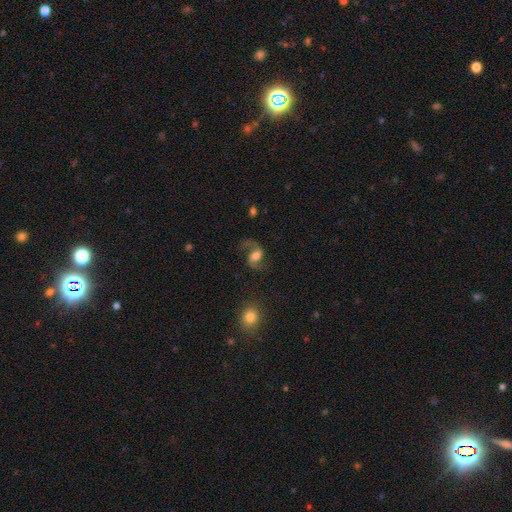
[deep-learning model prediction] Q: Smooth or featured?
A: featured or disk (79%); runner-up: smooth (14%)
Q: Edge-on disk?
A: no (97%); runner-up: yes (3%)
Q: Bar?
A: weak (46%); runner-up: no (33%)
Q: Spiral arms?
A: yes (95%); runner-up: no (5%)
Q: Spiral winding?
A: loose (60%); runner-up: medium (34%)
Q: Spiral arm count?
A: 2 (87%); runner-up: 1 (8%)
Q: Bulge size?
A: moderate (46%); runner-up: large (30%)
Q: Merging?
A: none (64%); runner-up: major disturbance (18%)